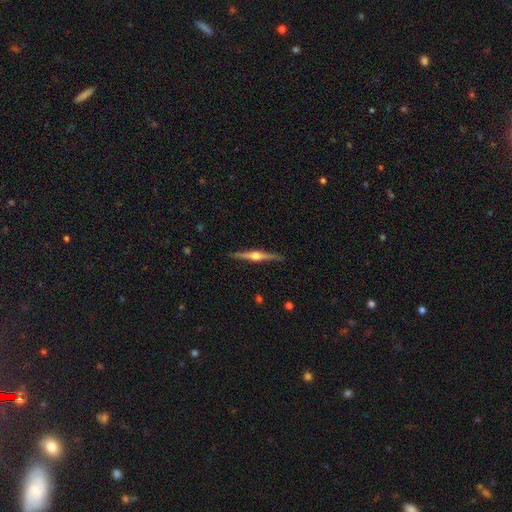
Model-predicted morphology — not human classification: A featured or disk galaxy (82%) viewed edge-on (98%) with a rounded central bulge (95%).

Vote fractions:
- Smooth or featured? featured or disk: 82% / smooth: 13% / star or artifact: 5%
- Edge-on disk? yes: 98% / no: 2%
- Edge-on bulge? rounded: 95% / boxy: 3% / none: 2%
- Merging? none: 91% / minor disturbance: 7% / major disturbance: 1% / merger: 1%